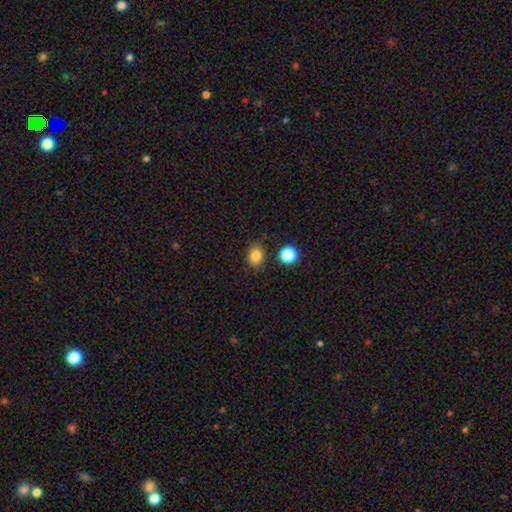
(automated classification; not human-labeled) smooth 83%, star or artifact 11%, featured or disk 6%. Down the decision tree: how rounded — in between (61%); merging — none (81%).